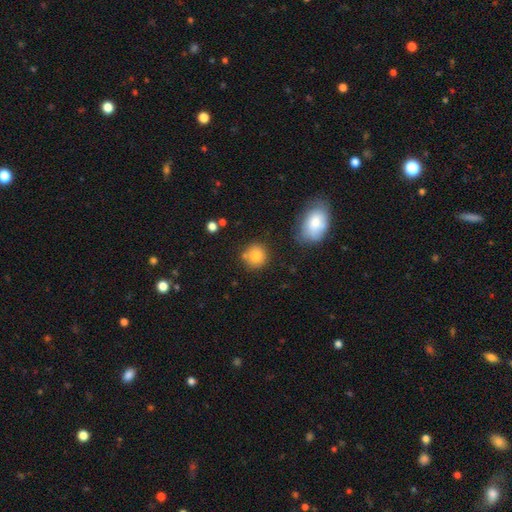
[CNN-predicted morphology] This is clearly a smooth galaxy (81%). How rounded: clearly round (91%). Merging: likely none (77%).